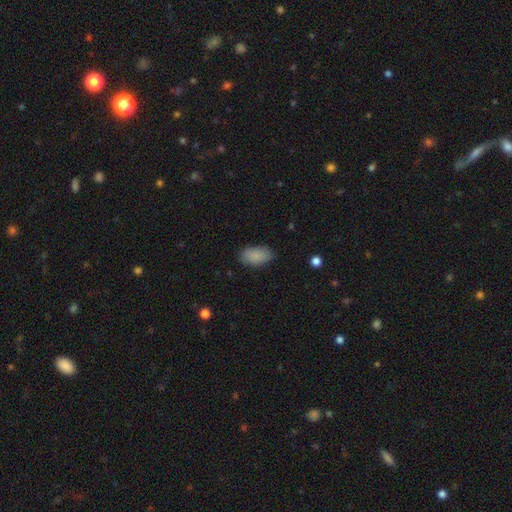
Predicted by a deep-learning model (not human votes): Smooth or featured: smooth — 88% (star or artifact — 7%)
How rounded: in between — 93% (round — 5%)
Merging: none — 82% (minor disturbance — 14%)